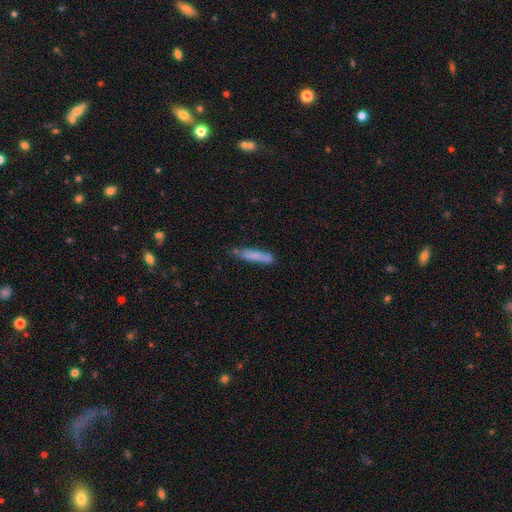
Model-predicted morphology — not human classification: Smooth or featured? Predicted: smooth (p=0.78). How rounded? Predicted: cigar-shaped (p=0.88). Merging? Predicted: none (p=0.70).